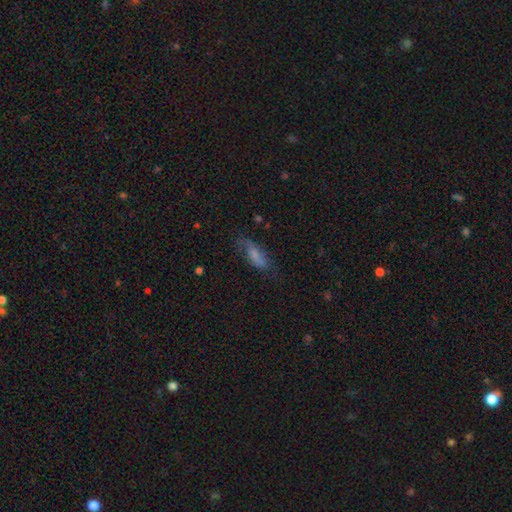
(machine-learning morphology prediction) Smooth or featured? smooth (56%)
How rounded? in between (66%)
Merging? none (58%)